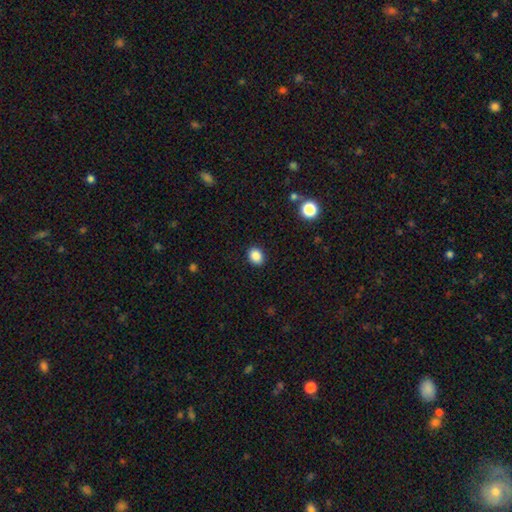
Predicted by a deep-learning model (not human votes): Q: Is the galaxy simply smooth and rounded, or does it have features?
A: smooth — 87%.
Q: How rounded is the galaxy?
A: round — 53%.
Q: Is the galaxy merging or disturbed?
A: none — 91%.